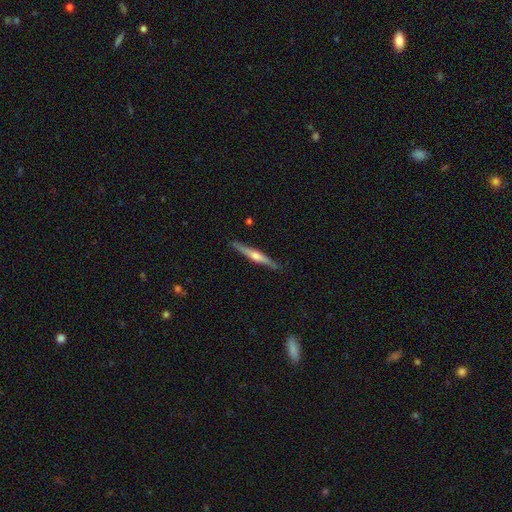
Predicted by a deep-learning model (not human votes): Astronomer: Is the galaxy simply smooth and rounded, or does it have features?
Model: featured or disk — 69%.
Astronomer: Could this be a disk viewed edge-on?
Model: yes — 98%.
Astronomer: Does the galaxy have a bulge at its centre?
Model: rounded — 83%.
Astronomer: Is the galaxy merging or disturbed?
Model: none — 89%.